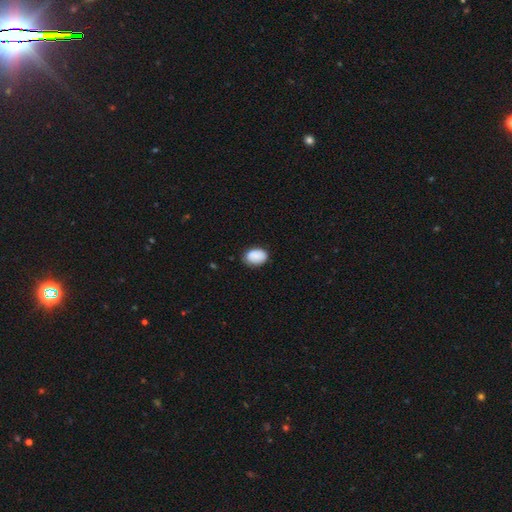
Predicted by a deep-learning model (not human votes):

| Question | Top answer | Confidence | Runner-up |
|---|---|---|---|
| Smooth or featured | smooth | 87% | star or artifact (7%) |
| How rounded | in between | 78% | round (21%) |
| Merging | none | 77% | minor disturbance (18%) |